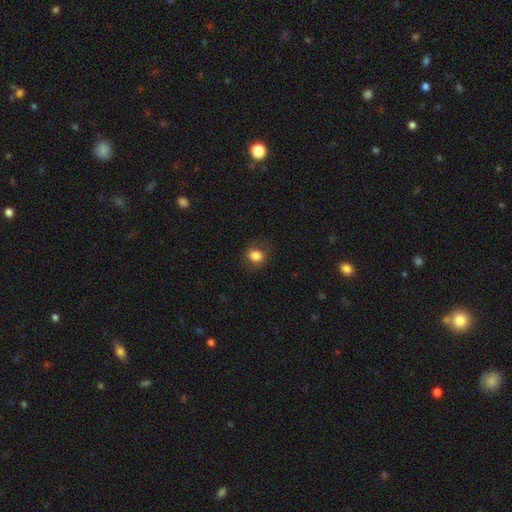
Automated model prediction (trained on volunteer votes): The model was most divided on "how rounded": round: 61%, in between: 38%, cigar-shaped: 1%. More confident: smooth or featured — smooth (82%); merging — none (79%).